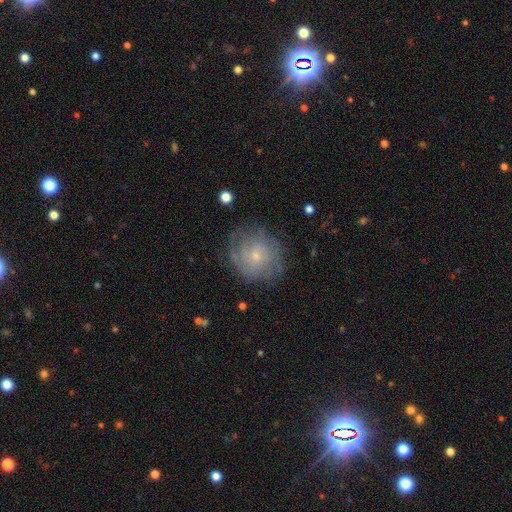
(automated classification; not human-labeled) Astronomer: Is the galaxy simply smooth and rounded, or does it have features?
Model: featured or disk — 60%.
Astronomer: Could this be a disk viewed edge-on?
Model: no — 97%.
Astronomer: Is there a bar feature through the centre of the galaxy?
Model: no — 77%.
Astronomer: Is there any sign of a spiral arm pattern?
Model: yes — 80%.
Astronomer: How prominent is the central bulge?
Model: small — 76%.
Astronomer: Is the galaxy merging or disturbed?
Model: none — 73%.